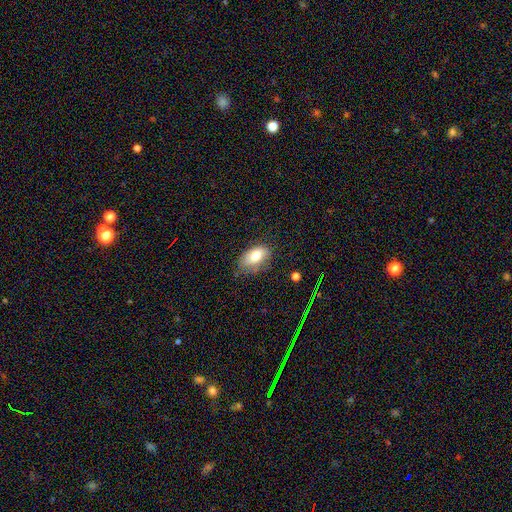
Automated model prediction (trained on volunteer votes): Morphology: type=smooth (74%); roundness=in between (91%); merging=none (64%).